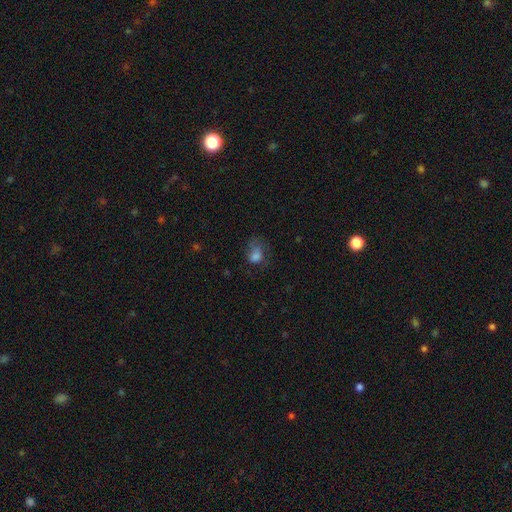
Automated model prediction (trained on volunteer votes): The model was most divided on "merging": major disturbance: 38%, none: 33%, minor disturbance: 25%, merger: 4%. More confident: smooth or featured — smooth (69%); how rounded — in between (60%).